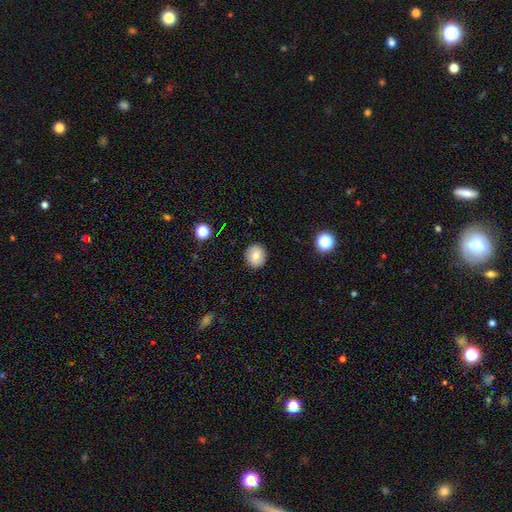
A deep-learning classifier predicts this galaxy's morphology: Q: Smooth or featured?
A: smooth (72%); runner-up: featured or disk (18%)
Q: How rounded?
A: round (90%); runner-up: in between (9%)
Q: Merging?
A: none (90%); runner-up: minor disturbance (7%)